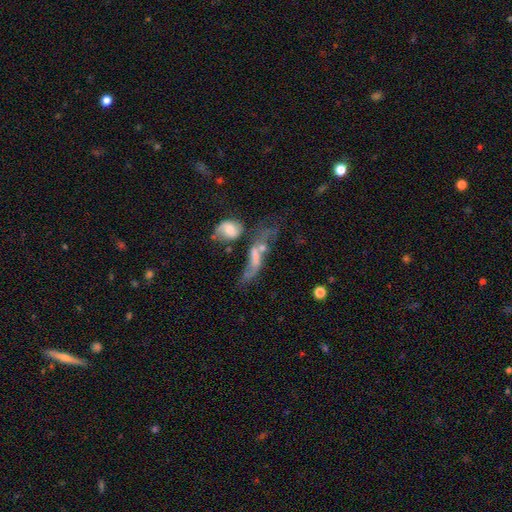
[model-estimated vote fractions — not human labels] A featured or disk galaxy (56%). Merging: merger (39%).